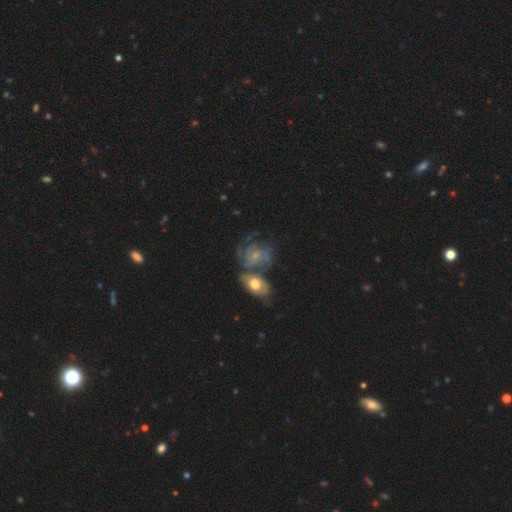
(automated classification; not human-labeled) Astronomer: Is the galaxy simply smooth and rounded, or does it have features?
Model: featured or disk — 74%.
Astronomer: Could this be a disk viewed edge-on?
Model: no — 97%.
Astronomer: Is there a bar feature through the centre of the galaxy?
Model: no — 73%.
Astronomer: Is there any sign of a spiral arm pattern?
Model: yes — 89%.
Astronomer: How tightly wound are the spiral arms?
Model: tight — 50% (runner-up: medium, 38%).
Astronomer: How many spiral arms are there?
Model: can't tell — 34% (runner-up: 3, 25%).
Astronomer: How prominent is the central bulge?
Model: small — 57%.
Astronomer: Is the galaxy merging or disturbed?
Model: none — 36% (runner-up: merger, 35%).